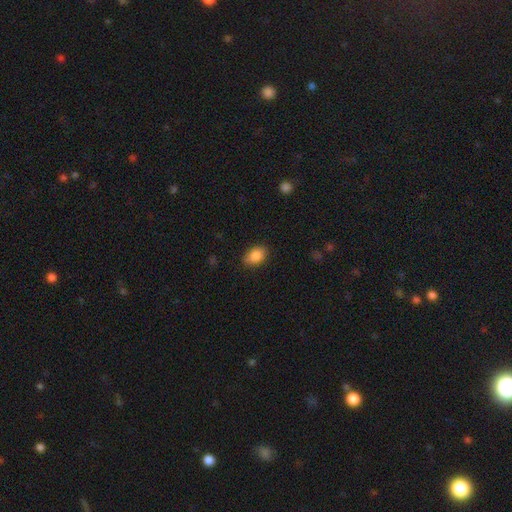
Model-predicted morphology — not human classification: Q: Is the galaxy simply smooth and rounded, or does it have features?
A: smooth — 87%.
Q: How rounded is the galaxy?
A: in between — 86%.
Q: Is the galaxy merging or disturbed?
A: none — 86%.